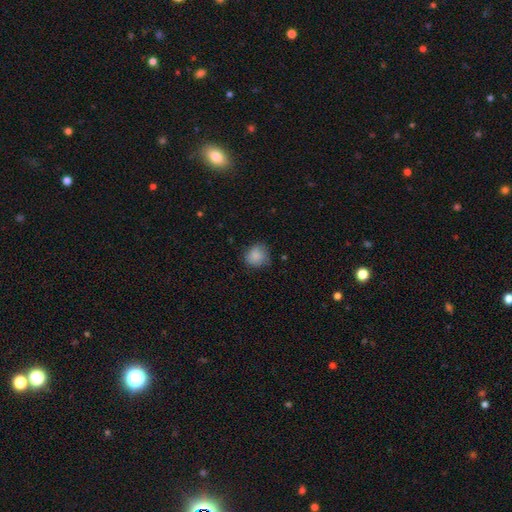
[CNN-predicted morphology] This is clearly a smooth galaxy (86%). How rounded: clearly round (85%). Merging: likely none (76%).